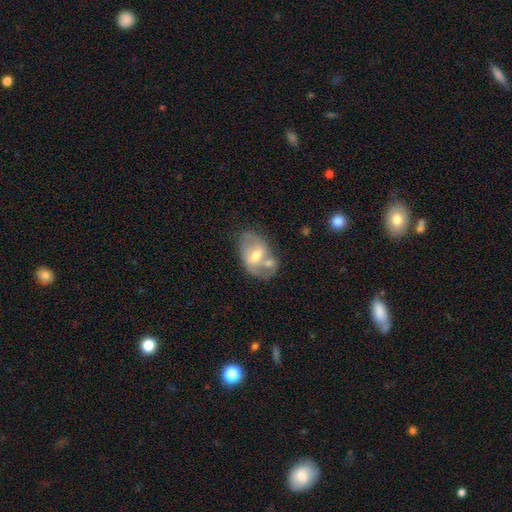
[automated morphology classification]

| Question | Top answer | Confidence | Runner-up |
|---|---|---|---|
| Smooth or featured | featured or disk | 60% | smooth (33%) |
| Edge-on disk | no | 95% | yes (5%) |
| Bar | weak | 45% | no (34%) |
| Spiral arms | no | 50% | tied: yes (50%) |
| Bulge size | moderate | 69% | small (22%) |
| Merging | none | 35% | tied: merger (35%) |